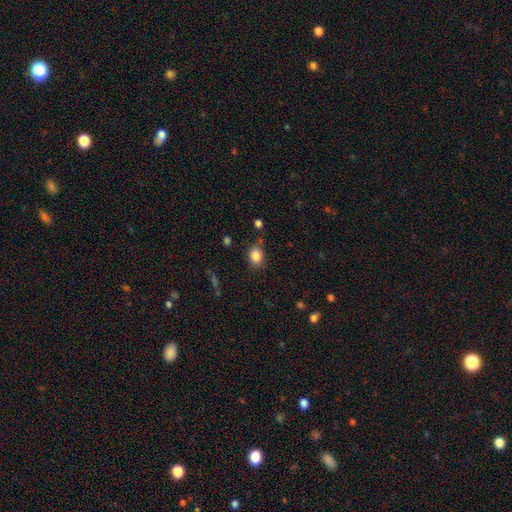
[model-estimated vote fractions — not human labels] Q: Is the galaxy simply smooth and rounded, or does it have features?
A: smooth — 85%.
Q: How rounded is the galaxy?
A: in between — 51%.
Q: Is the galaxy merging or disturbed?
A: none — 74%.